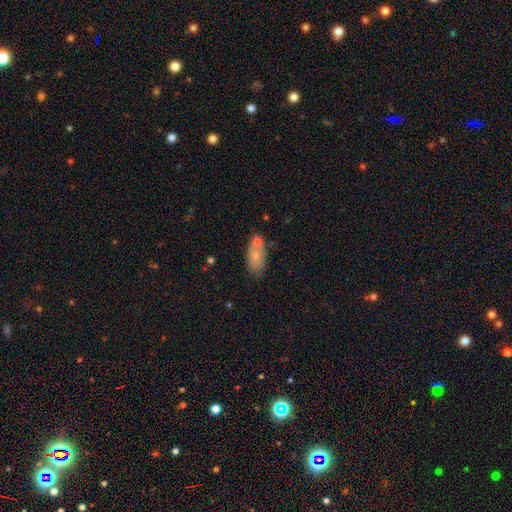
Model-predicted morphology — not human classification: Smooth or featured? smooth (74%)
How rounded? in between (88%)
Merging? none (49%)